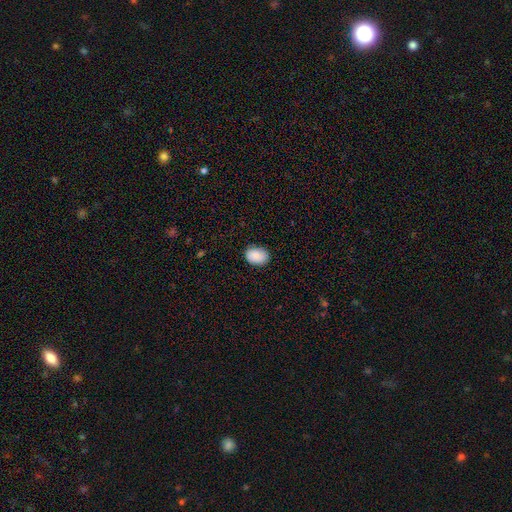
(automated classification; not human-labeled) This appears to be a smooth galaxy with no disk features (85%) that is in between round and cigar-shaped (75%). Merging: none (85%).